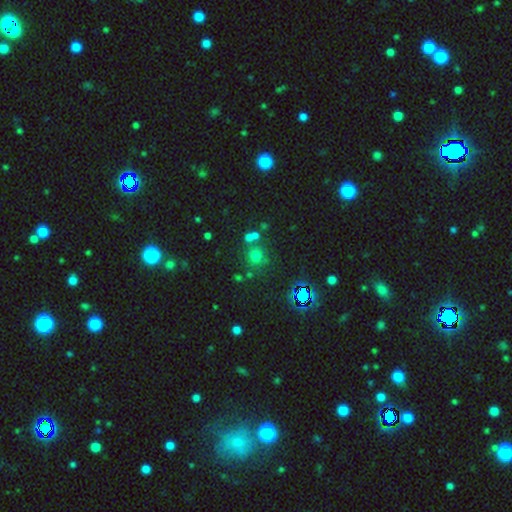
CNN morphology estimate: smooth_or_featured: smooth (p=0.58) [alt: star or artifact p=0.32]
how_rounded: round (p=0.89) [alt: in between p=0.10]
merging: none (p=0.65) [alt: merger p=0.21]